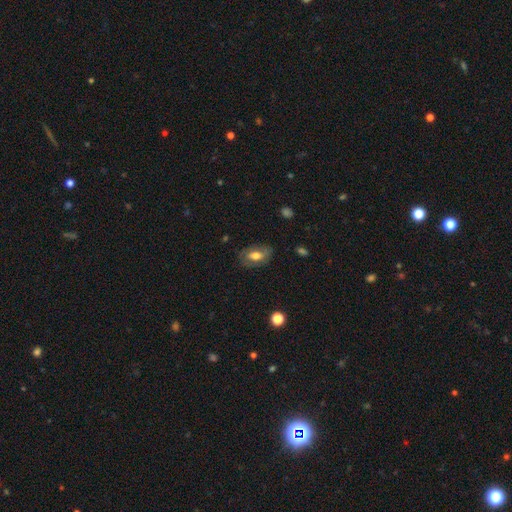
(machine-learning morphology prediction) smooth_or_featured: smooth (p=0.51) [alt: featured or disk p=0.40]
how_rounded: in between (p=0.86) [alt: round p=0.11]
merging: none (p=0.75) [alt: minor disturbance p=0.18]